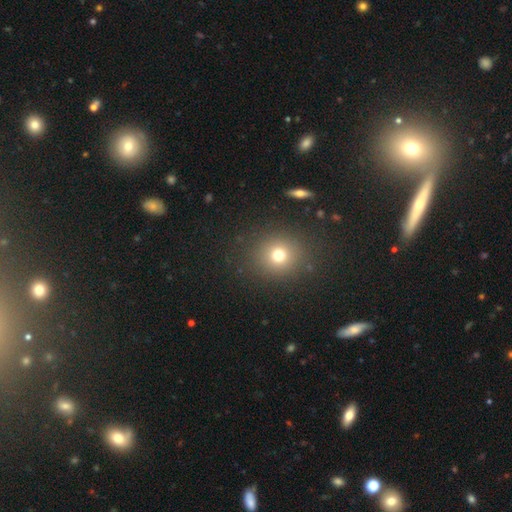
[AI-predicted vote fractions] This is possibly a smooth galaxy (57%). How rounded: clearly round (83%). Merging: clearly none (87%).